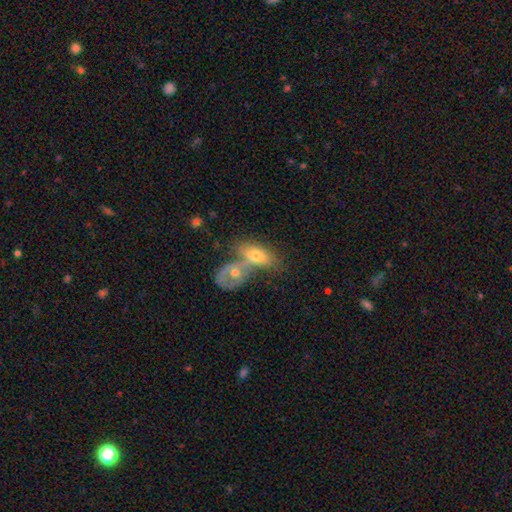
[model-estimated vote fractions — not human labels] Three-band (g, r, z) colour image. It shows a featured or disk galaxy (46%). Merging: merger (50%).